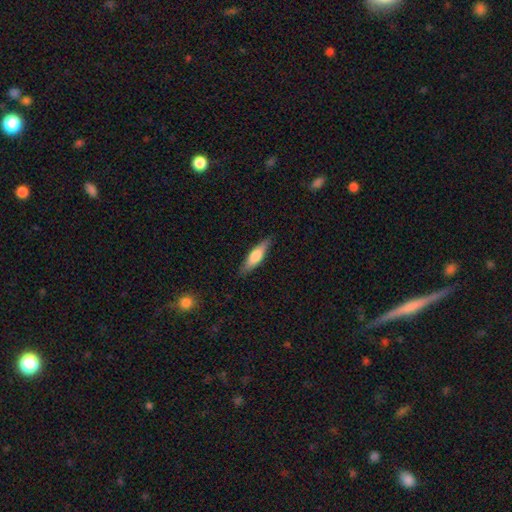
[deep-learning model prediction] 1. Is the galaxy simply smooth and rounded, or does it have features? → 63% smooth, 31% featured or disk, 6% star or artifact.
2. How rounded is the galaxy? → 67% cigar-shaped, 31% in between, 2% round.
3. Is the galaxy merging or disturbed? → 86% none, 11% minor disturbance, 2% major disturbance, 1% merger.